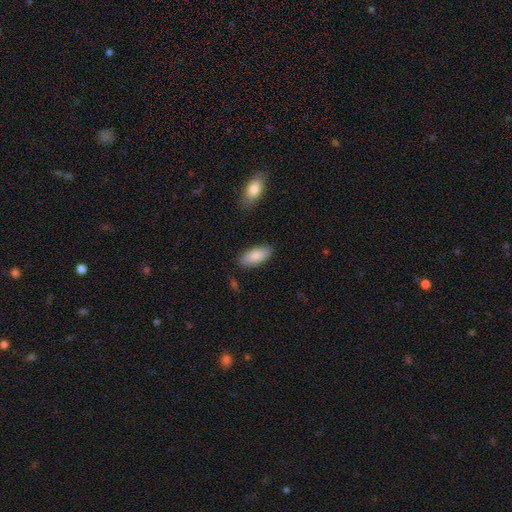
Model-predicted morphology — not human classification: A smooth galaxy with no disk features (86%) that is in between round and cigar-shaped (89%).

Vote fractions:
- Smooth or featured? smooth: 86% / featured or disk: 8% / star or artifact: 6%
- How rounded? in between: 89% / cigar-shaped: 9% / round: 2%
- Merging? none: 85% / minor disturbance: 11% / major disturbance: 2% / merger: 2%